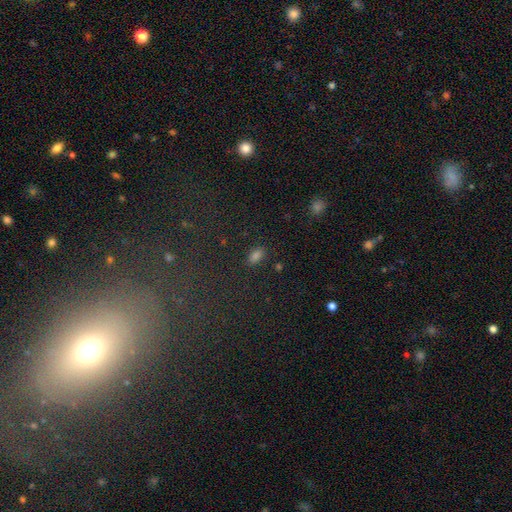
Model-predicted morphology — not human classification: A smooth galaxy with no disk features (77%) that is in between round and cigar-shaped (89%). Merging: none (86%).